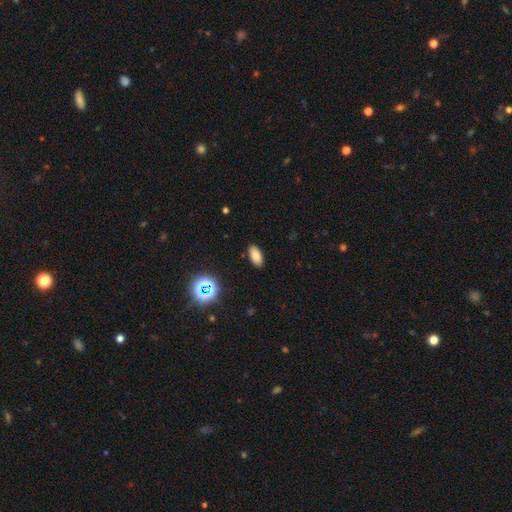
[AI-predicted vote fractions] This is likely a smooth galaxy (80%). How rounded: clearly in between (90%). Merging: clearly none (89%).